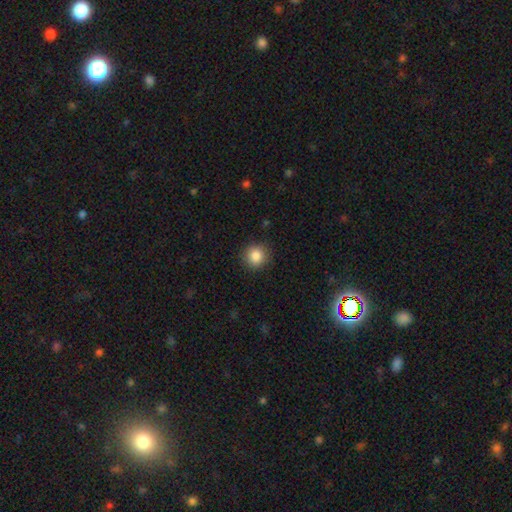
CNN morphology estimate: Smooth or featured? smooth (86%)
How rounded? round (90%)
Merging? none (89%)